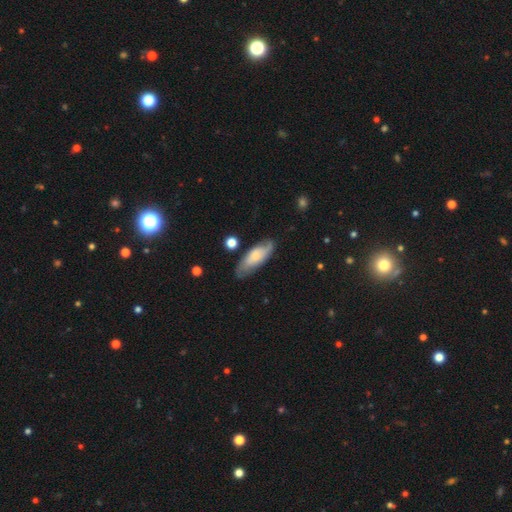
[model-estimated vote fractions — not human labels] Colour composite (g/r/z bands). It shows a smooth galaxy with no disk features (49%). Merging: none (71%).